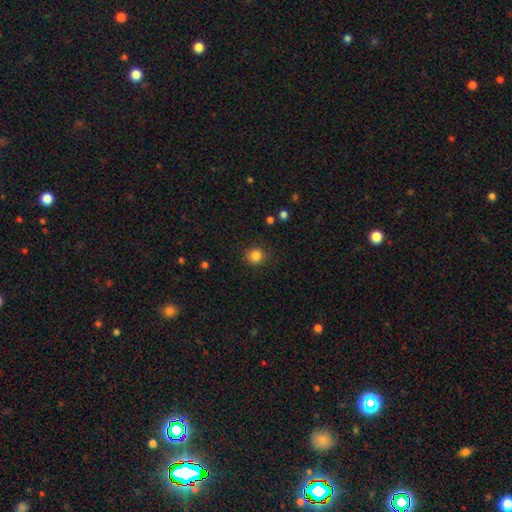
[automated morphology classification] The model was most divided on "smooth or featured": smooth: 85%, star or artifact: 11%, featured or disk: 4%. More confident: how rounded — round (88%); merging — none (88%).